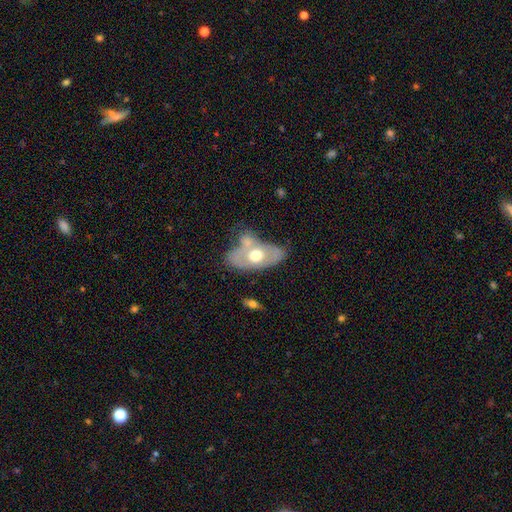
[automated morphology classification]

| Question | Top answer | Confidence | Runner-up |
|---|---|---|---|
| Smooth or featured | featured or disk | 52% | smooth (43%) |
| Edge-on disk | no | 84% | yes (16%) |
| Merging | none | 39% | merger (32%) |